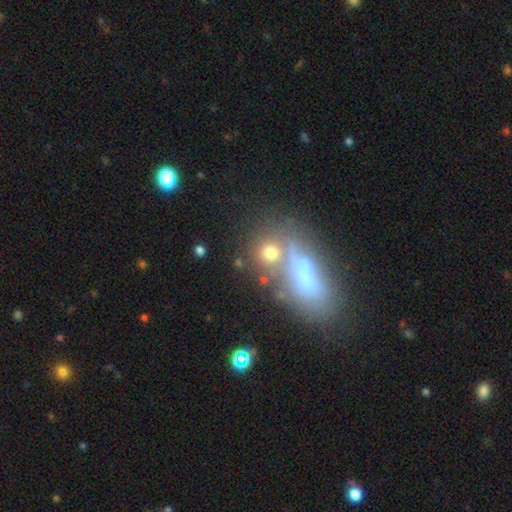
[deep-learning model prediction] Smooth or featured? smooth (54%)
How rounded? in between (55%)
Merging? none (42%)